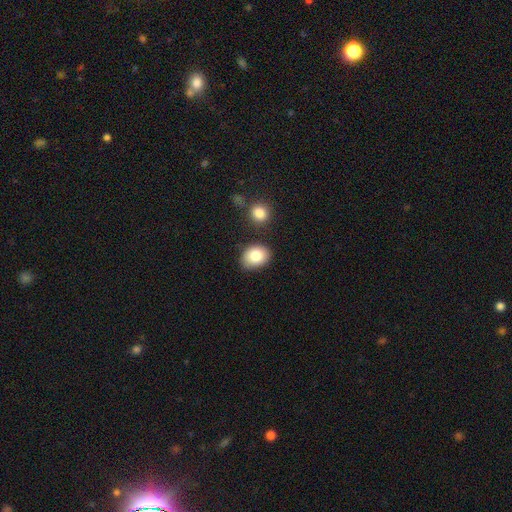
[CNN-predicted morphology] This appears to be a smooth galaxy with no disk features (83%) that is in between round and cigar-shaped (59%). Merging: none (75%).